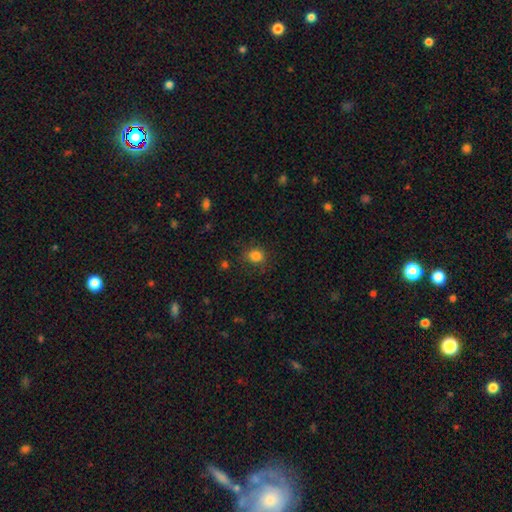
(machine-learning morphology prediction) A smooth galaxy with no disk features (82%) that is round (70%). Merging: none (81%).